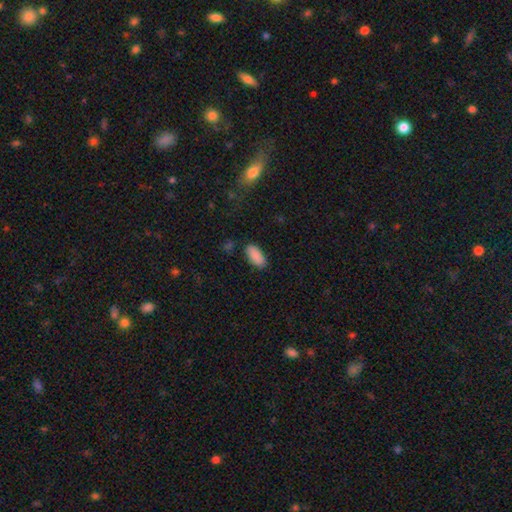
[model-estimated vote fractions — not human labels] smooth_or_featured: smooth (p=0.89) [alt: star or artifact p=0.07]
how_rounded: in between (p=0.90) [alt: cigar-shaped p=0.08]
merging: none (p=0.84) [alt: minor disturbance p=0.11]